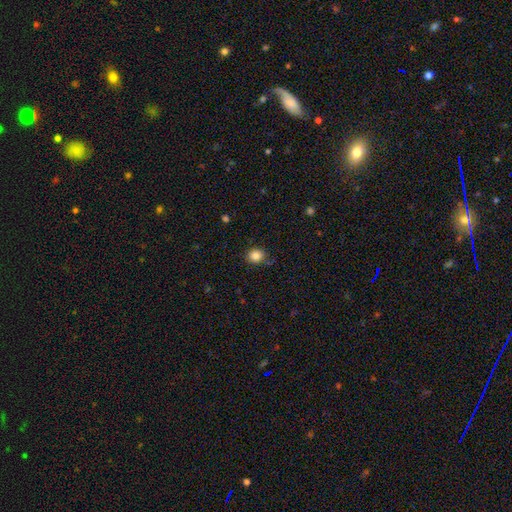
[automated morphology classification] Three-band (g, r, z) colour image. It shows a smooth galaxy with no disk features (85%) that is round (73%). Merging: none (81%).